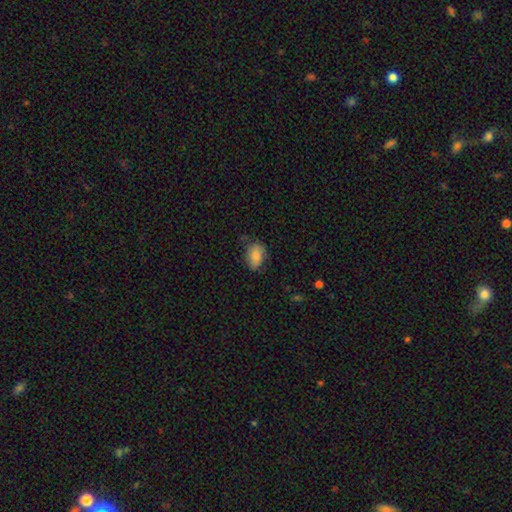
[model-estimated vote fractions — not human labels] smooth 82%, featured or disk 11%, star or artifact 7%. Down the decision tree: how rounded — in between (88%); merging — none (63%).